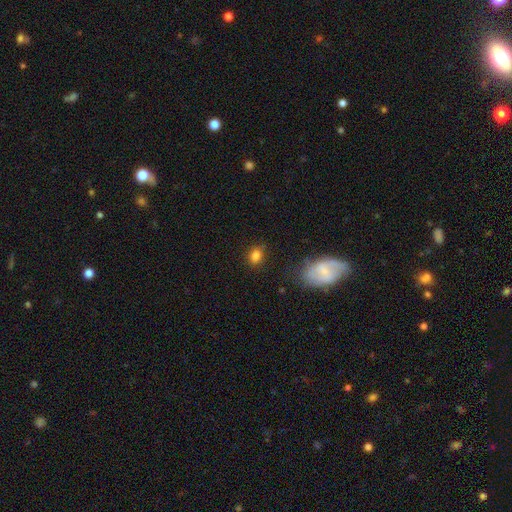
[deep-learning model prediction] smooth-or-featured: smooth: 82% | star or artifact: 11% | featured or disk: 6%
  how-rounded: round: 51% | in between: 48% | cigar-shaped: 1%
  merging: none: 79% | minor disturbance: 14% | major disturbance: 5% | merger: 3%